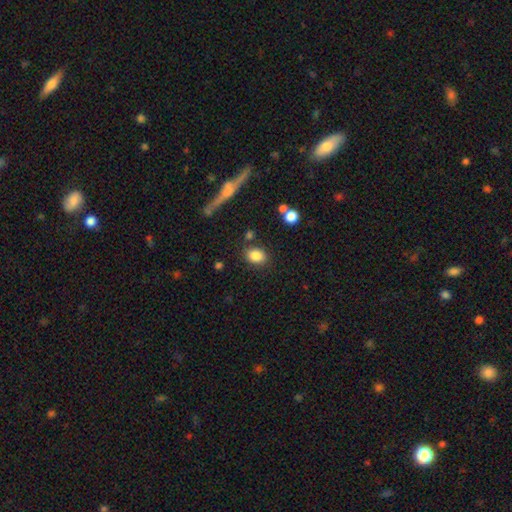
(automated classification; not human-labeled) Smooth or featured: smooth — 85% (star or artifact — 9%)
How rounded: in between — 69% (round — 29%)
Merging: none — 79% (minor disturbance — 11%)